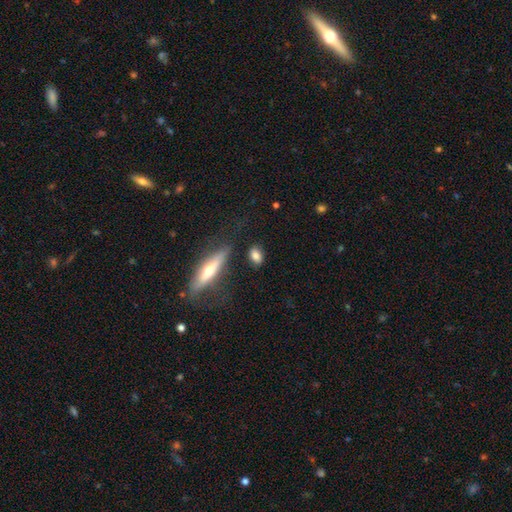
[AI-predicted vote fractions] Smooth or featured? smooth (77%)
How rounded? in between (71%)
Merging? none (76%)